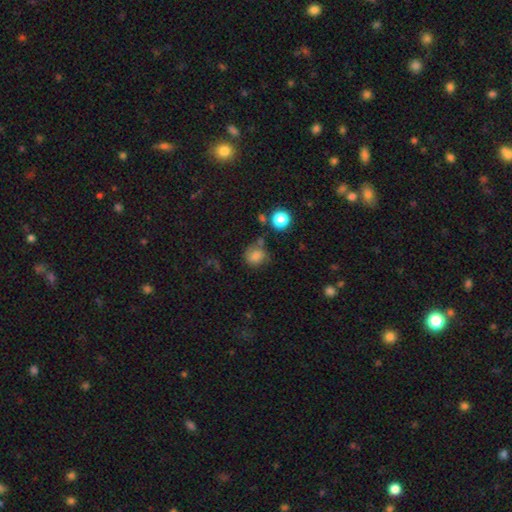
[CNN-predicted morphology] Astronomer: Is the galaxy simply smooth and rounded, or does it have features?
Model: smooth — 75%.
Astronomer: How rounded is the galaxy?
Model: round — 80%.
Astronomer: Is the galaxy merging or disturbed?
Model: none — 60%.